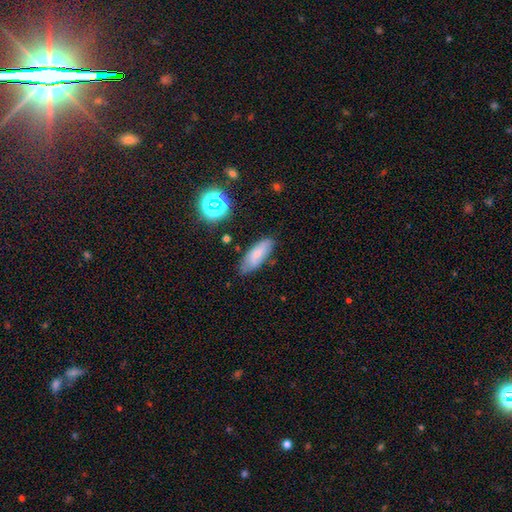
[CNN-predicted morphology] This is likely a smooth galaxy (69%). How rounded: likely in between (74%). Merging: likely none (71%).